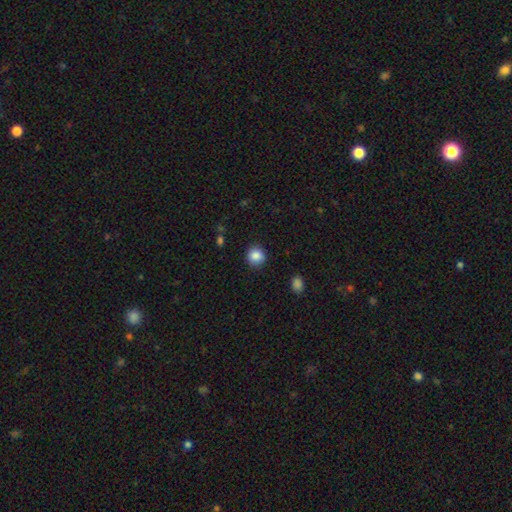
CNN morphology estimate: A smooth galaxy with no disk features (86%) that is round (89%). Merging: none (89%).